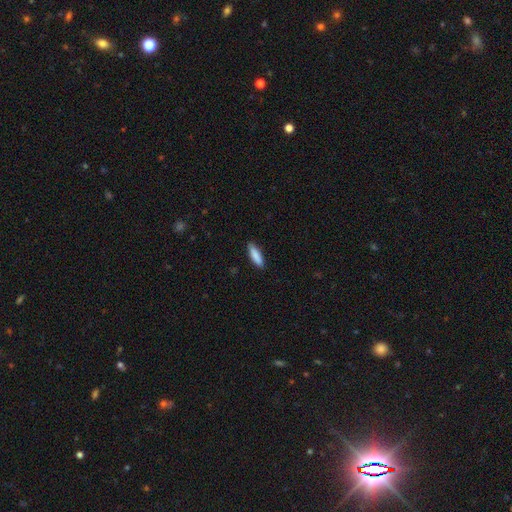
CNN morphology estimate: type=smooth (88%); roundness=cigar-shaped (56%); merging=none (88%).